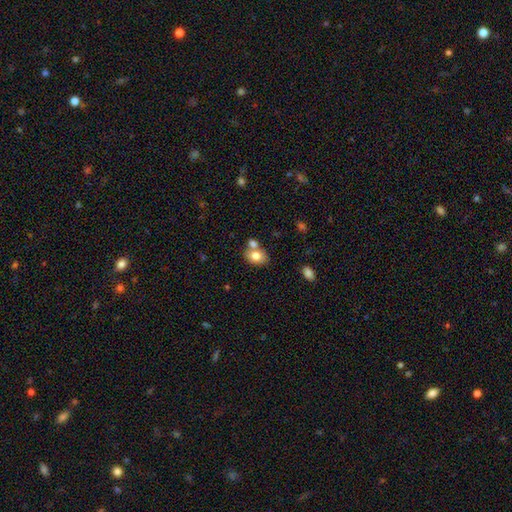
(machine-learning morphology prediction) This appears to be a smooth galaxy with no disk features (77%) that is in between round and cigar-shaped (63%). Merging: none (51%).